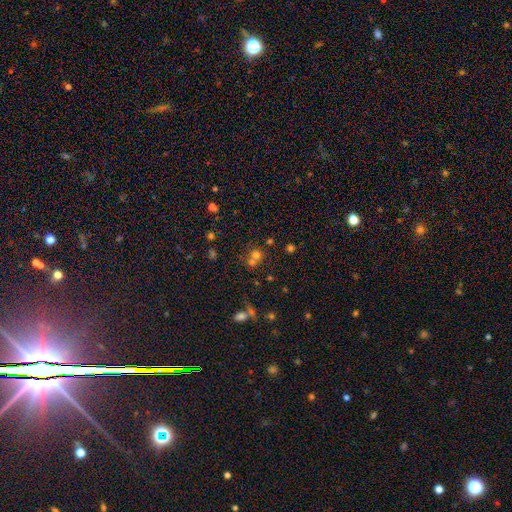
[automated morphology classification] smooth_or_featured: smooth (p=0.63) [alt: star or artifact p=0.25]
how_rounded: round (p=0.84) [alt: in between p=0.15]
merging: none (p=0.47) [alt: merger p=0.43]